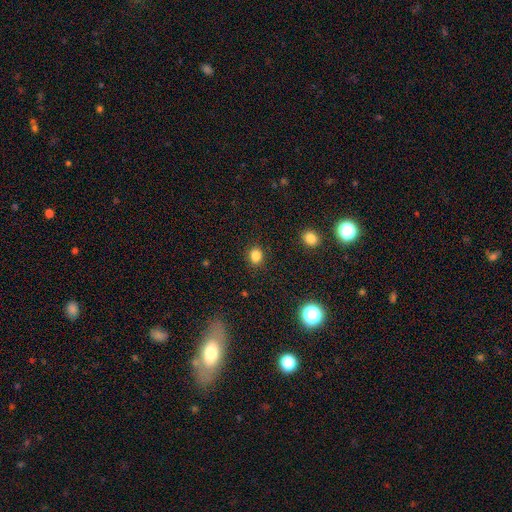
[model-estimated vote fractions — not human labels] Smooth or featured? Predicted: smooth (p=0.84). How rounded? Predicted: round (p=0.56). Merging? Predicted: none (p=0.88).